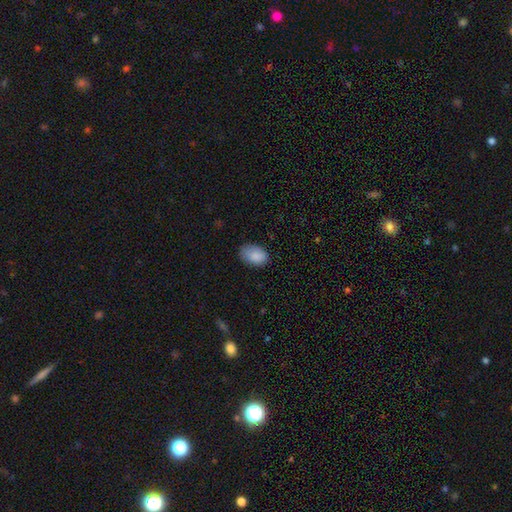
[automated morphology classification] Overall: smooth (88%). How rounded: in between (90%). Merging: none (75%).